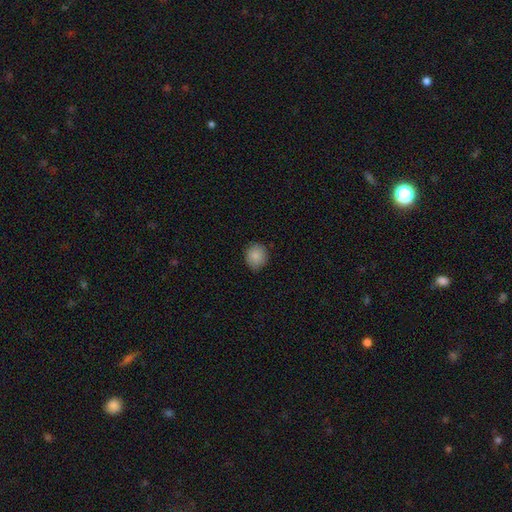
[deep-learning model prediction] Q: Smooth or featured?
A: smooth (86%); runner-up: star or artifact (9%)
Q: How rounded?
A: round (80%); runner-up: in between (19%)
Q: Merging?
A: none (85%); runner-up: minor disturbance (12%)